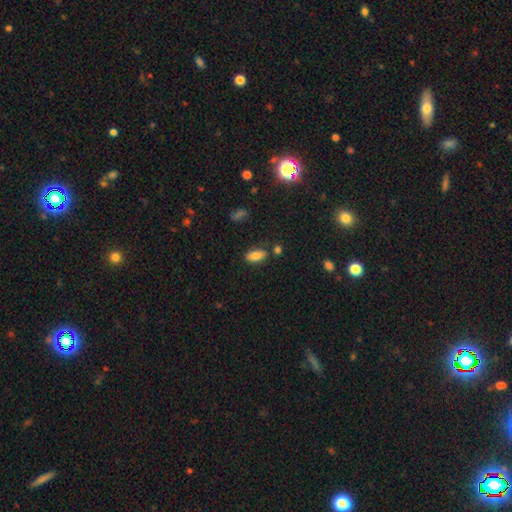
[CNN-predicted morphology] Q: Smooth or featured?
A: smooth (80%); runner-up: featured or disk (10%)
Q: How rounded?
A: in between (88%); runner-up: cigar-shaped (8%)
Q: Merging?
A: none (77%); runner-up: minor disturbance (12%)